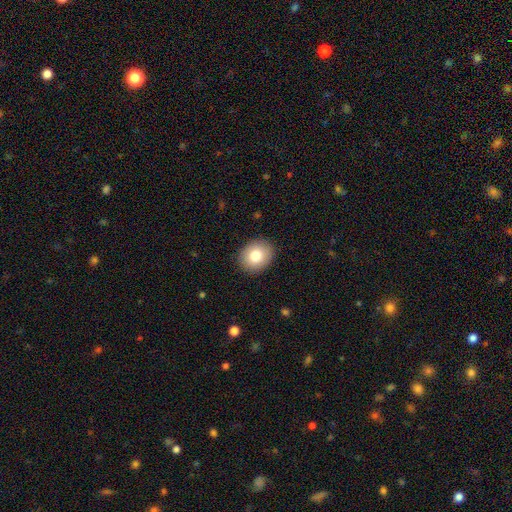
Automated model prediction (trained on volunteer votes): smooth-or-featured: smooth: 81% | featured or disk: 11% | star or artifact: 8%
  how-rounded: round: 54% | in between: 45% | cigar-shaped: 1%
  merging: none: 90% | minor disturbance: 7% | major disturbance: 2% | merger: 1%